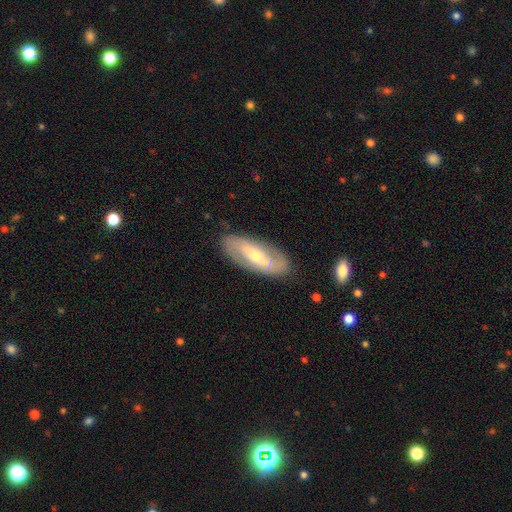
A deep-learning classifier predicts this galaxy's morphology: smooth_or_featured: featured or disk (p=0.67) [alt: smooth p=0.27]
disk_edge_on: no (p=0.87) [alt: yes p=0.13]
bar: weak (p=0.34) [alt: strong p=0.33]
has_spiral_arms: yes (p=0.72) [alt: no p=0.28]
bulge_size: small (p=0.51) [alt: moderate p=0.45]
merging: none (p=0.82) [alt: minor disturbance p=0.13]